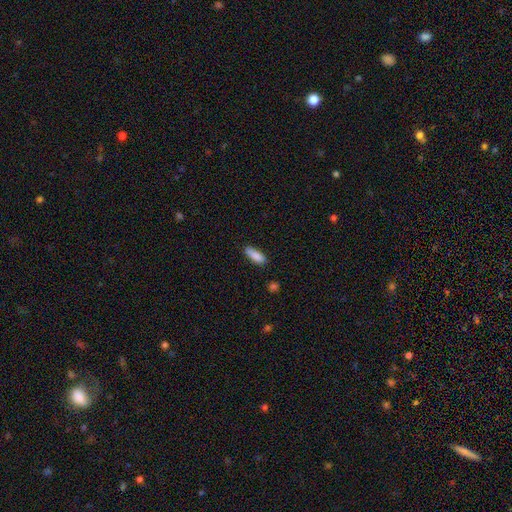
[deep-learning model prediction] Smooth or featured: smooth — 86% (featured or disk — 7%)
How rounded: in between — 54% (cigar-shaped — 45%)
Merging: none — 76% (minor disturbance — 18%)